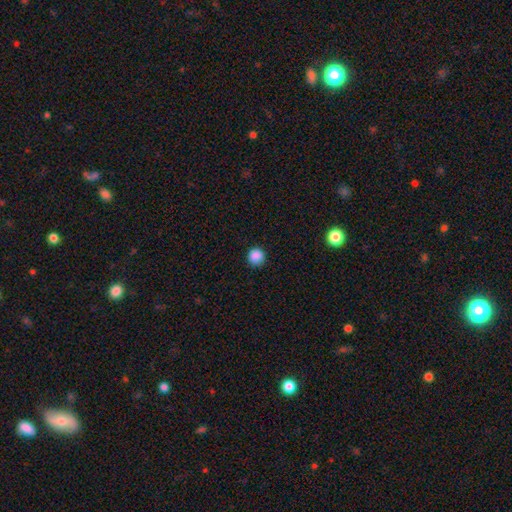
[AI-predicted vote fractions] Overall: smooth (87%). How rounded: round (94%). Merging: none (89%).